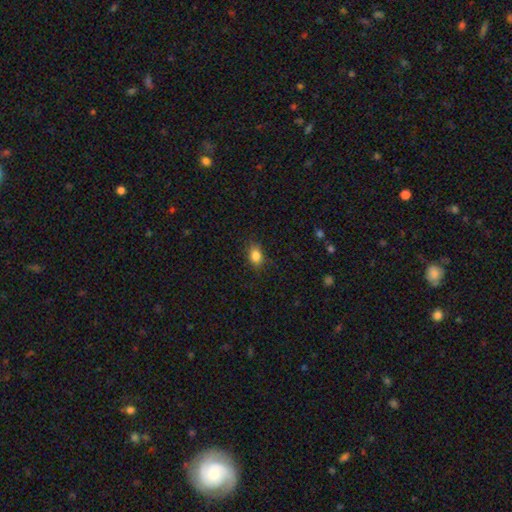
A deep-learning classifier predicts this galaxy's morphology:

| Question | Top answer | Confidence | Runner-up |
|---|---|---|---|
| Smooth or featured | smooth | 84% | star or artifact (10%) |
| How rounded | in between | 71% | round (27%) |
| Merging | none | 84% | minor disturbance (12%) |